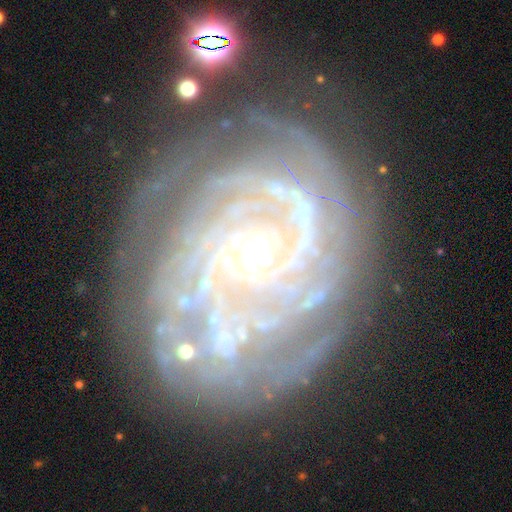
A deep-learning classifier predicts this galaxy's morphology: A featured or disk galaxy (89%) with no bar (70%), tight (79%) spiral arms (96%) and a small central bulge (59%).

Vote fractions:
- Smooth or featured? featured or disk: 89% / star or artifact: 6% / smooth: 5%
- Edge-on disk? no: 97% / yes: 3%
- Bar? no: 70% / weak: 21% / strong: 9%
- Spiral arms? yes: 96% / no: 4%
- Spiral winding? tight: 79% / medium: 17% / loose: 4%
- Spiral arm count? can't tell: 27% / 4: 17% / 3: 17% / 2: 15% / more than 4: 15% / 1: 9%
- Bulge size? small: 59% / moderate: 36% / large: 2% / none: 2% / dominant: 1%
- Merging? none: 66% / minor disturbance: 20% / major disturbance: 10% / merger: 3%